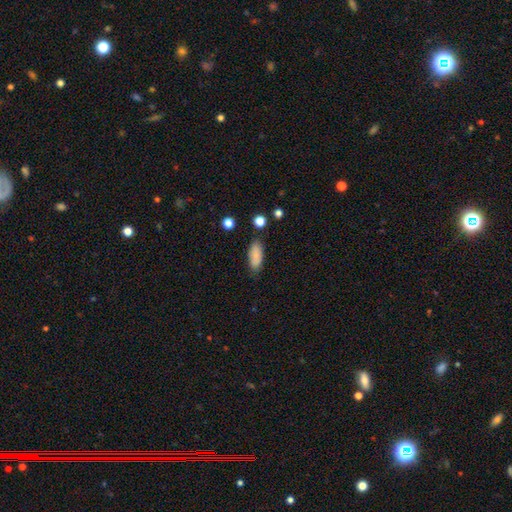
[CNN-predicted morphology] smooth 84%, featured or disk 8%, star or artifact 8%. Down the decision tree: how rounded — in between (79%); merging — none (79%).